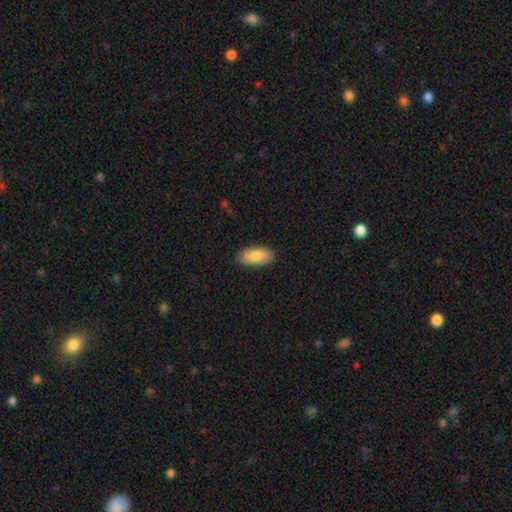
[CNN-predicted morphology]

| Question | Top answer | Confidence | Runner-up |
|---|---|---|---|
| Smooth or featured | smooth | 85% | featured or disk (9%) |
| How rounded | in between | 91% | cigar-shaped (7%) |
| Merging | none | 89% | minor disturbance (8%) |